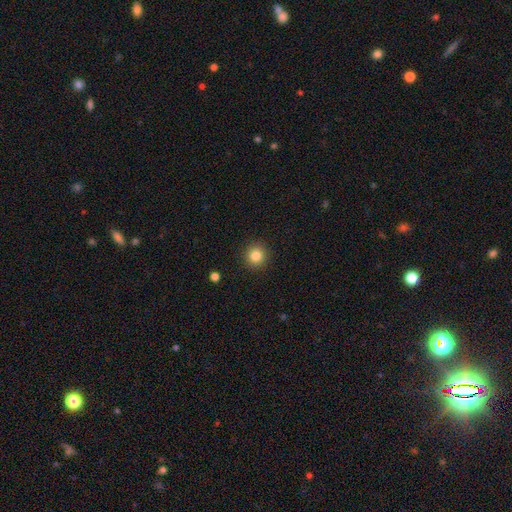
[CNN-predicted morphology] smooth-or-featured: smooth: 84% | star or artifact: 11% | featured or disk: 5%
  how-rounded: round: 93% | in between: 6% | cigar-shaped: 1%
  merging: none: 92% | minor disturbance: 5% | major disturbance: 2% | merger: 1%